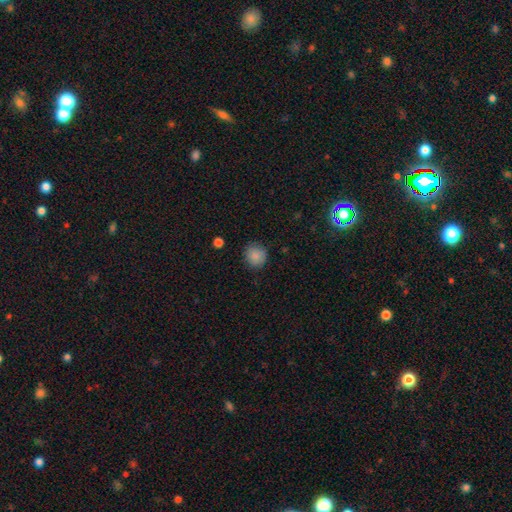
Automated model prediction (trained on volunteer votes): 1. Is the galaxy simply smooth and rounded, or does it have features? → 86% smooth, 9% star or artifact, 5% featured or disk.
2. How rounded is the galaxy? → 85% round, 14% in between, 1% cigar-shaped.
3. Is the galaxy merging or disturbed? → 82% none, 14% minor disturbance, 3% major disturbance, 1% merger.